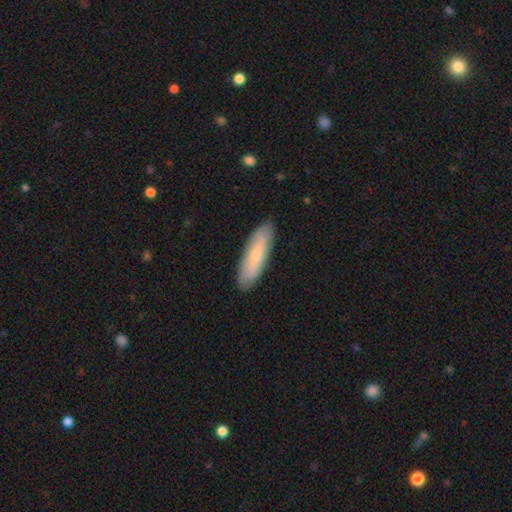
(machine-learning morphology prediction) This is likely a smooth galaxy (67%). How rounded: likely cigar-shaped (60%). Merging: clearly none (88%).